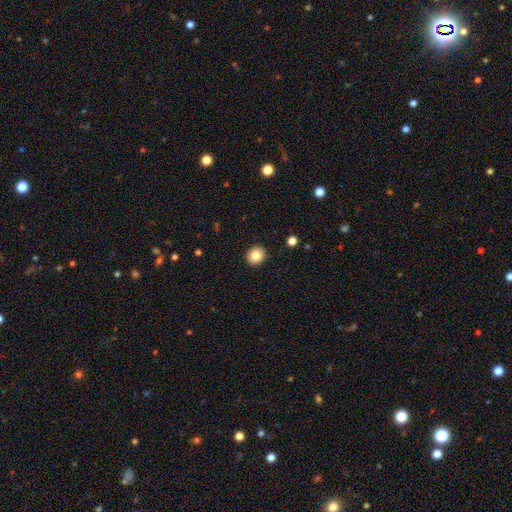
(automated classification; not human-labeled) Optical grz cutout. It shows a smooth galaxy with no disk features (84%) that is round (86%). Merging: none (92%).